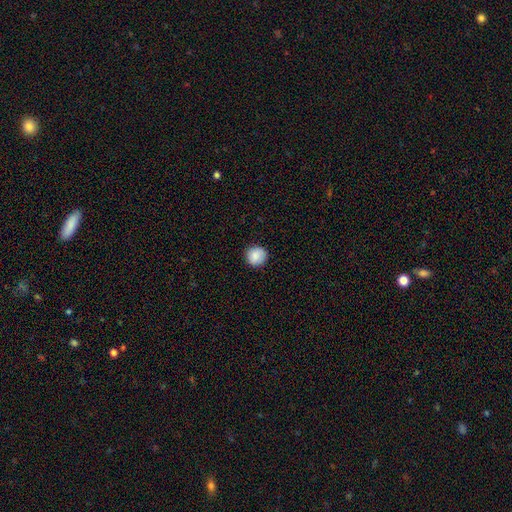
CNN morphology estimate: A smooth galaxy with no disk features (86%) that is round (92%). Merging: none (87%).